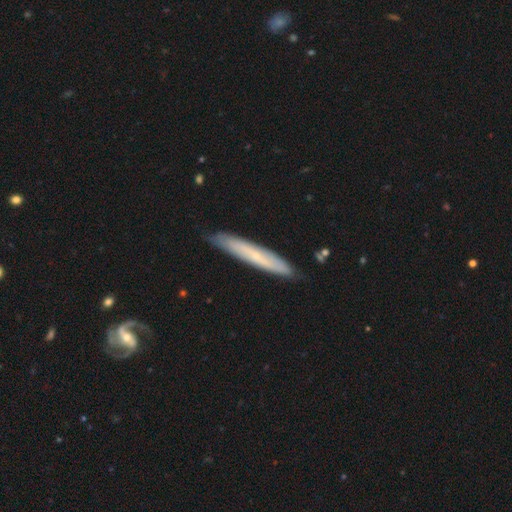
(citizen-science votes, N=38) Overall: smooth (53%; featured or disk 42%). How rounded: cigar-shaped (95%). Merging: none (75%).